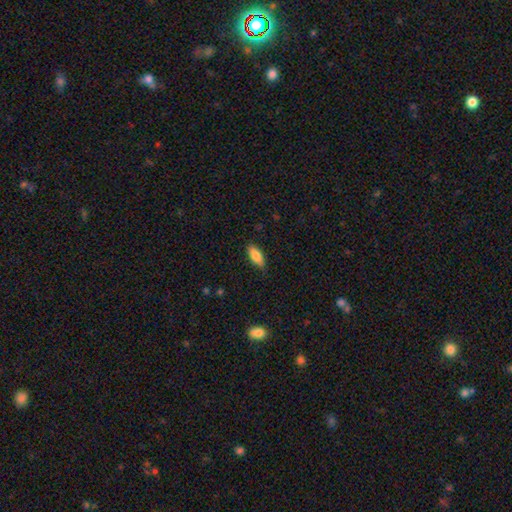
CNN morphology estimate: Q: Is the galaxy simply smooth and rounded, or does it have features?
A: smooth — 82%.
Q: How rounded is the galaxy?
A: in between — 76%.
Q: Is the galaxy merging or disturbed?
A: none — 84%.